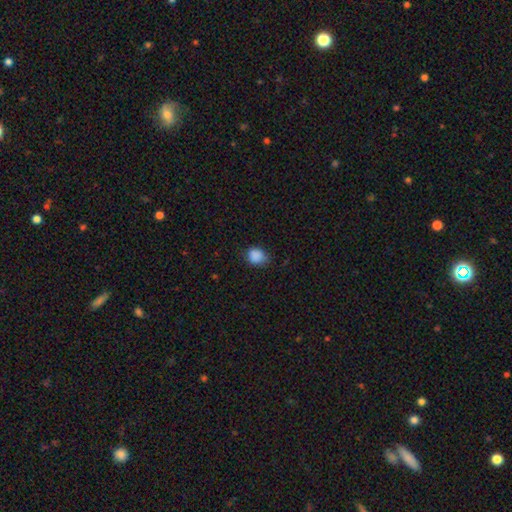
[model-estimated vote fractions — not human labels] A smooth galaxy with no disk features (87%) that is round (64%).

Vote fractions:
- Smooth or featured? smooth: 87% / star or artifact: 9% / featured or disk: 3%
- How rounded? round: 64% / in between: 35% / cigar-shaped: 1%
- Merging? none: 68% / minor disturbance: 26% / major disturbance: 5% / merger: 1%